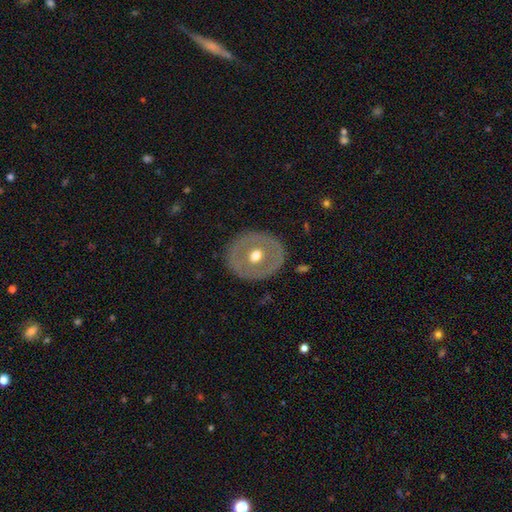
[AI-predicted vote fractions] featured or disk 53%, smooth 42%, star or artifact 6%. Down the decision tree: edge-on disk — no (94%); merging — none (84%).